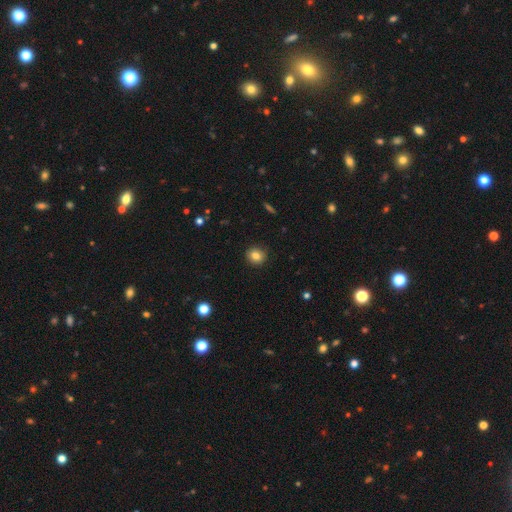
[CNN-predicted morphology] type=smooth (82%); roundness=round (85%); merging=none (89%).